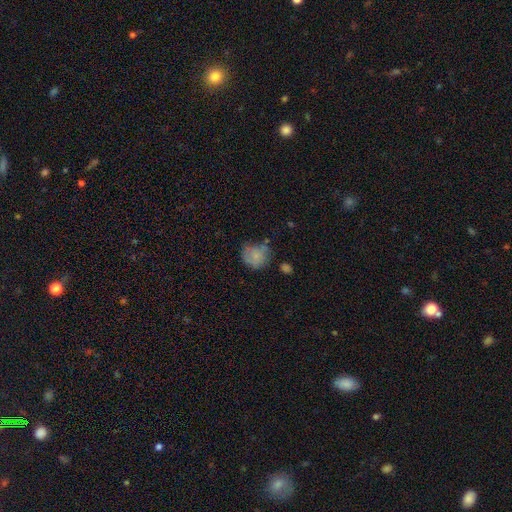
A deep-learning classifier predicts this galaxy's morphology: The model was most divided on "merging": none: 52%, minor disturbance: 29%, major disturbance: 13%, merger: 7%. More confident: how rounded — round (77%); smooth or featured — smooth (74%).